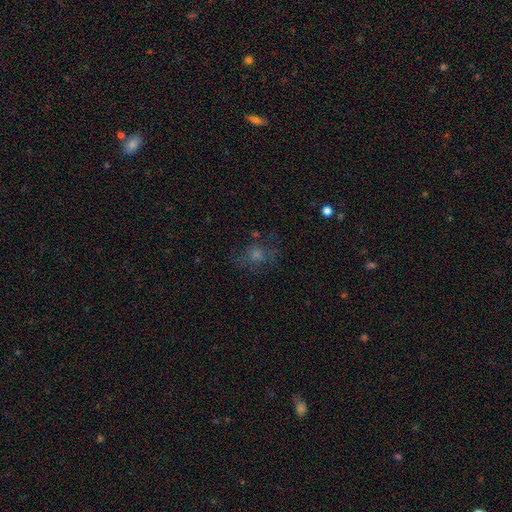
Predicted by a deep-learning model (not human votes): Morphology: type=smooth (40%); merging=none (65%).